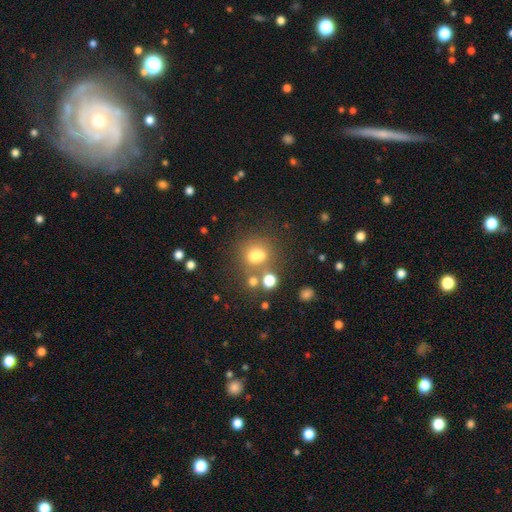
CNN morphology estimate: Smooth or featured? smooth (64%)
How rounded? round (62%)
Merging? none (48%)